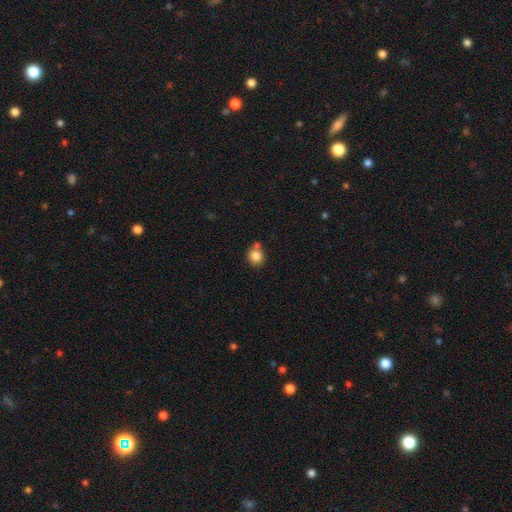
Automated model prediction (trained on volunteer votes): Morphology: type=smooth (83%); roundness=round (81%); merging=none (65%).